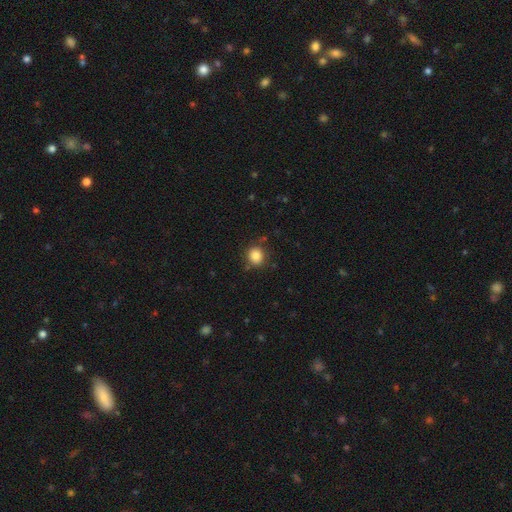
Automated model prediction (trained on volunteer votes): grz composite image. It shows a smooth galaxy with no disk features (84%) that is round (82%). Merging: none (84%).